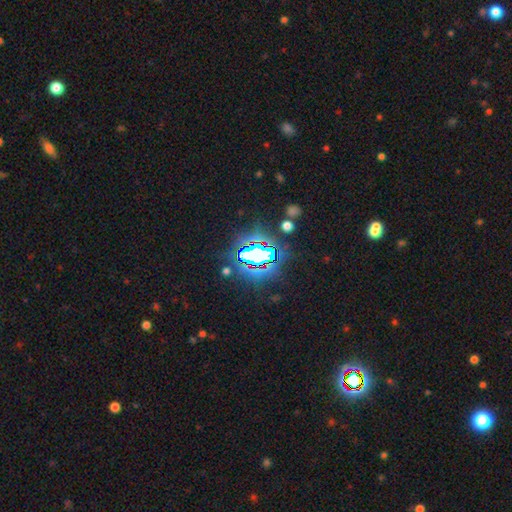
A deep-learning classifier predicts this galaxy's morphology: type=star or artifact (74%).